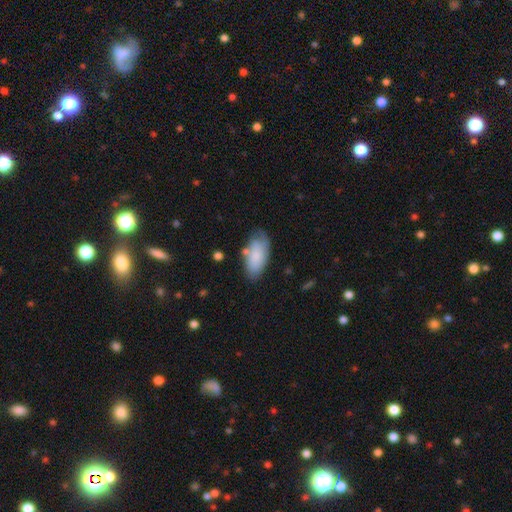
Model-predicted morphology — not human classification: This appears to be a smooth galaxy with no disk features (77%) that is in between round and cigar-shaped (91%). Merging: none (61%).